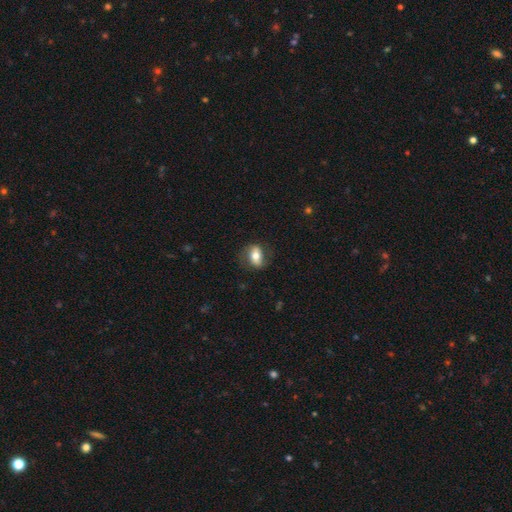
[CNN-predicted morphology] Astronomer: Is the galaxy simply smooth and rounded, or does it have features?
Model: smooth — 59%.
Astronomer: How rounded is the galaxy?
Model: in between — 80%.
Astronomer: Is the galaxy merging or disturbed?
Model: none — 74%.